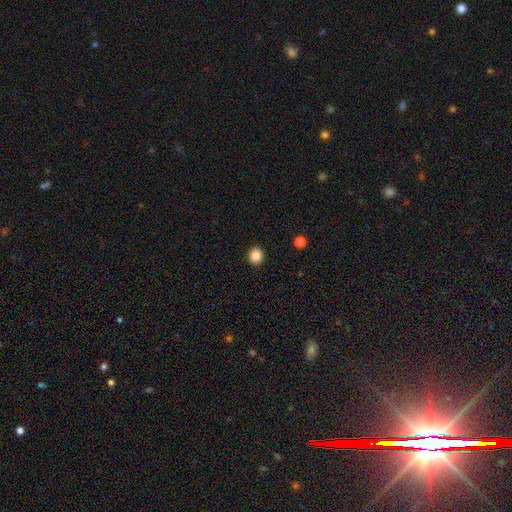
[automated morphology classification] The model was most divided on "how rounded": round: 85%, in between: 14%, cigar-shaped: 1%. More confident: merging — none (92%); smooth or featured — smooth (85%).